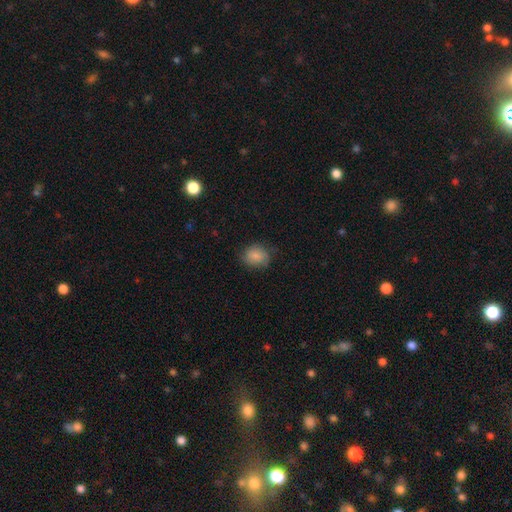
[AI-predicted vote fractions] Smooth or featured? Predicted: smooth (p=0.85). How rounded? Predicted: round (p=0.57). Merging? Predicted: none (p=0.75).